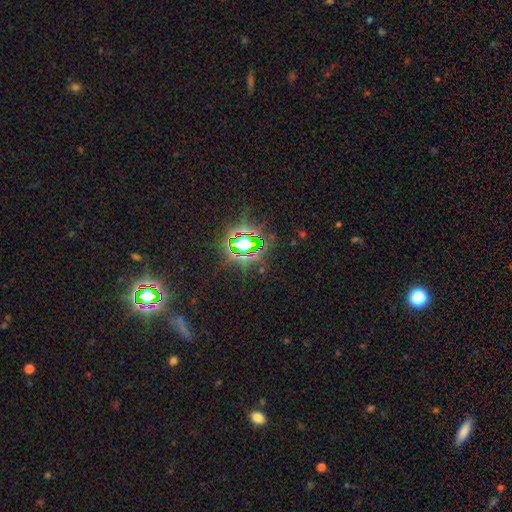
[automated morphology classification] Overall: star or artifact (81%).